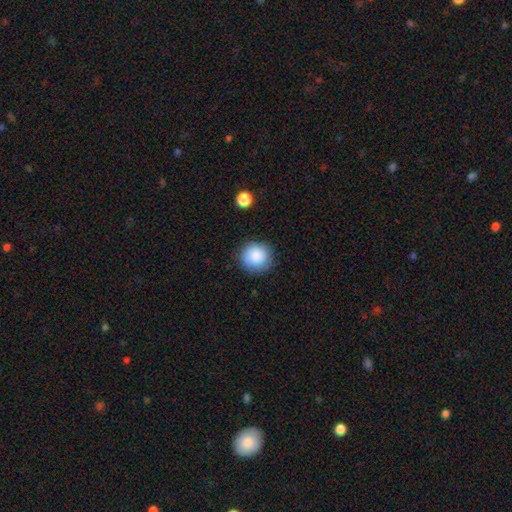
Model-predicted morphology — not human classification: Smooth or featured? smooth (87%)
How rounded? round (92%)
Merging? none (87%)